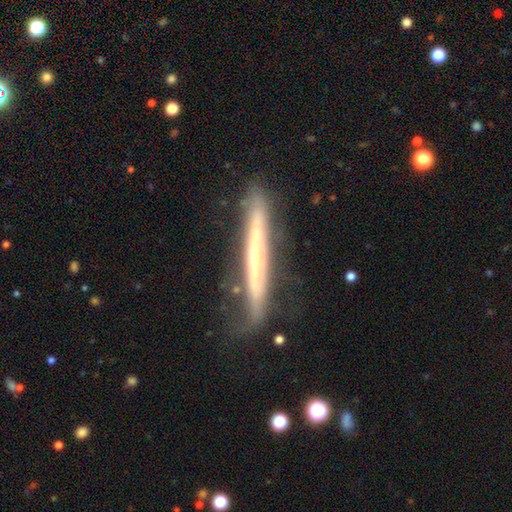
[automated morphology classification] Overall: featured or disk (65%; smooth 28%). Edge-on disk: yes (88%). Edge-on bulge: none (68%). Merging: none (68%).